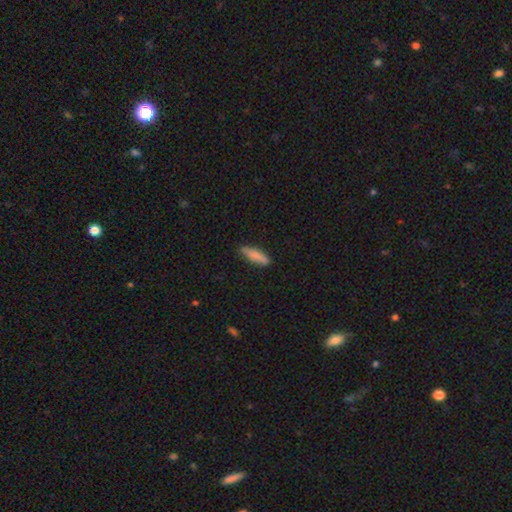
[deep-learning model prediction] Q: Smooth or featured?
A: smooth (83%); runner-up: featured or disk (12%)
Q: How rounded?
A: cigar-shaped (71%); runner-up: in between (27%)
Q: Merging?
A: none (83%); runner-up: minor disturbance (13%)